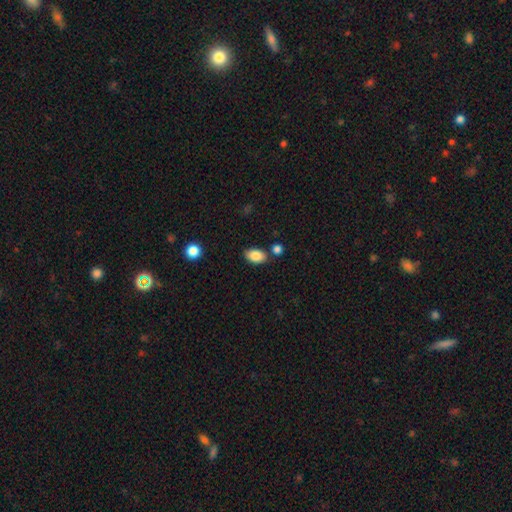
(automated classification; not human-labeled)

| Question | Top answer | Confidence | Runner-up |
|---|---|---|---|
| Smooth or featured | smooth | 86% | star or artifact (7%) |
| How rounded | in between | 91% | round (8%) |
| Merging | none | 76% | minor disturbance (12%) |